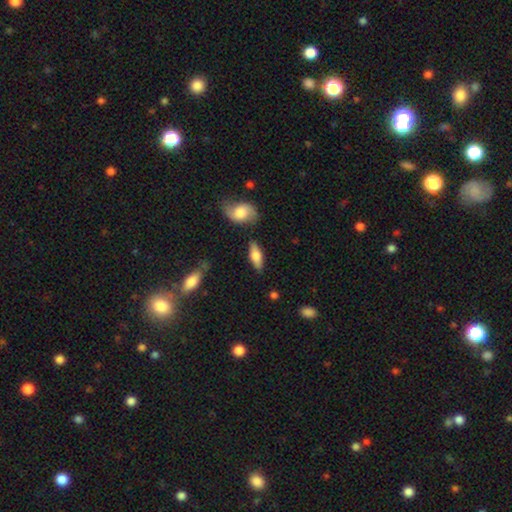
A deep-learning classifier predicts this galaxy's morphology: Overall: smooth (60%; featured or disk 34%). How rounded: in between (62%; cigar-shaped 34%). Merging: none (80%).